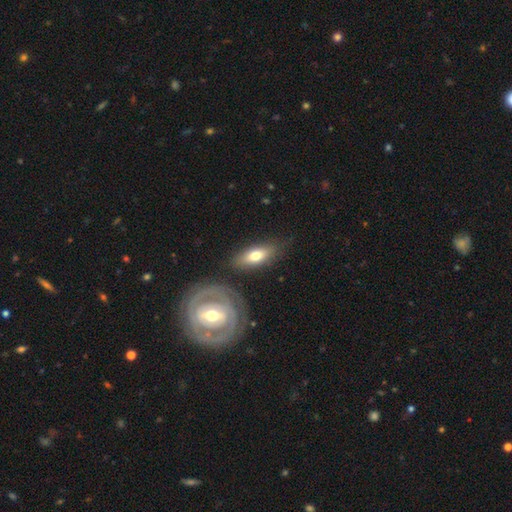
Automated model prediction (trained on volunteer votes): A smooth galaxy with no disk features (63%) that is in between round and cigar-shaped (73%).

Vote fractions:
- Smooth or featured? smooth: 63% / featured or disk: 30% / star or artifact: 6%
- How rounded? in between: 73% / cigar-shaped: 23% / round: 4%
- Merging? none: 74% / minor disturbance: 15% / merger: 6% / major disturbance: 5%